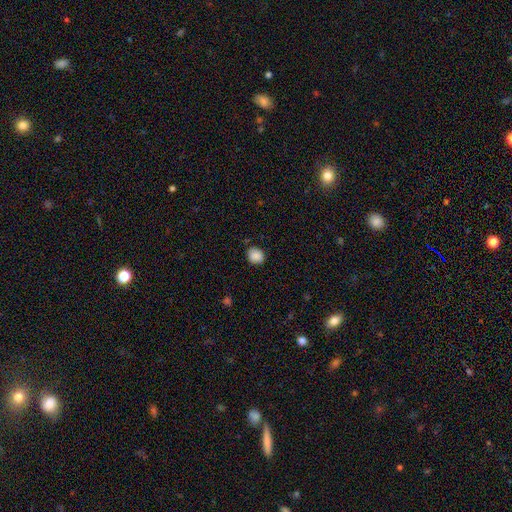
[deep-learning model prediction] Smooth or featured?
  - smooth: 88% *
  - star or artifact: 9%
  - featured or disk: 3%
How rounded?
  - round: 72% *
  - in between: 27%
  - cigar-shaped: 1%
Merging?
  - none: 84% *
  - minor disturbance: 12%
  - major disturbance: 3%
  - merger: 2%